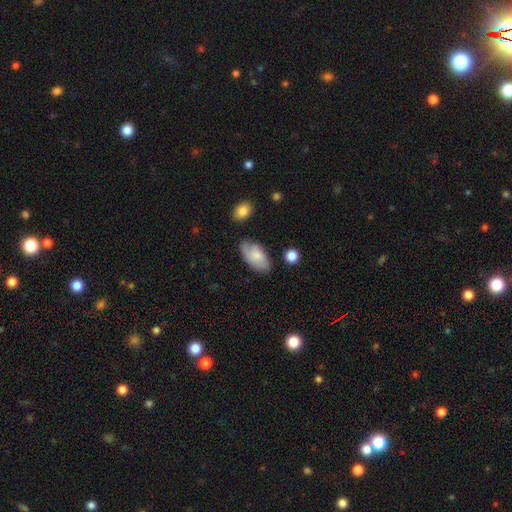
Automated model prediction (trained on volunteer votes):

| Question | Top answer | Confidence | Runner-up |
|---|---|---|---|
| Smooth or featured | smooth | 65% | featured or disk (28%) |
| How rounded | in between | 94% | round (3%) |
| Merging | none | 69% | minor disturbance (22%) |